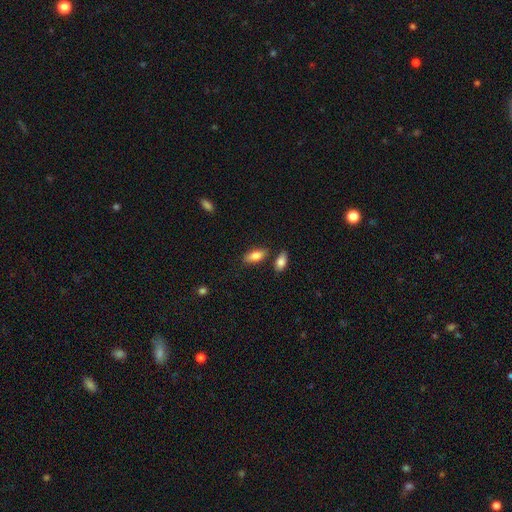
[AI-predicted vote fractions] Smooth or featured? Predicted: smooth (p=0.81). How rounded? Predicted: in between (p=0.82). Merging? Predicted: none (p=0.76).